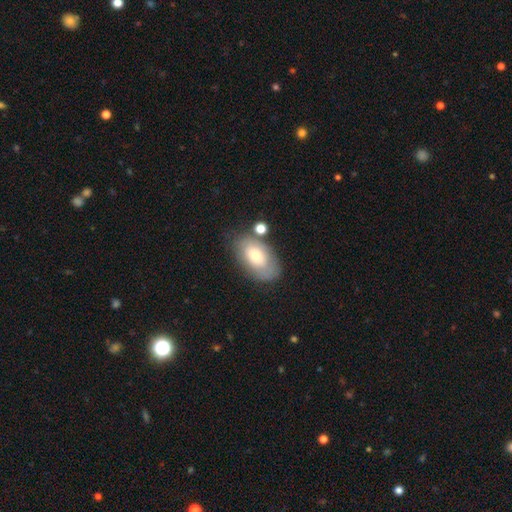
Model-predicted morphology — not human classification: This is likely a smooth galaxy (66%). How rounded: clearly in between (92%). Merging: likely none (64%).